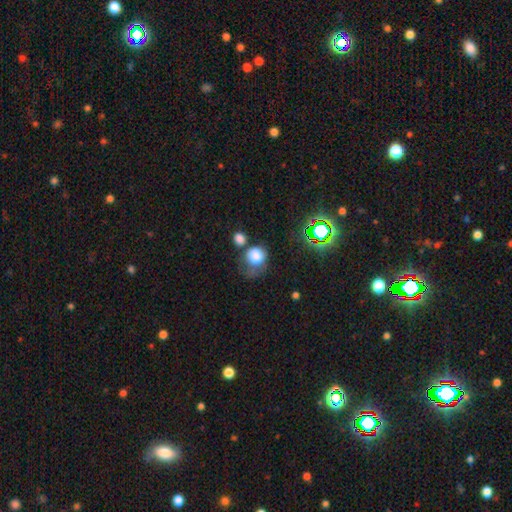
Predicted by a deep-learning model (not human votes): This appears to be a smooth galaxy with no disk features (74%) that is round (68%). Merging: none (32%).